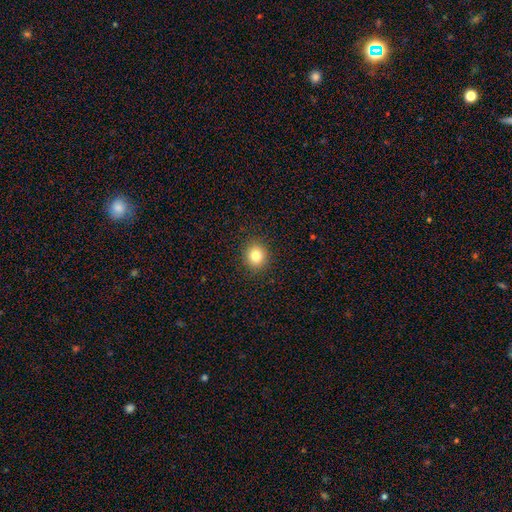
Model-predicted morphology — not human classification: smooth 82%, star or artifact 11%, featured or disk 7%. Down the decision tree: how rounded — round (84%); merging — none (91%).